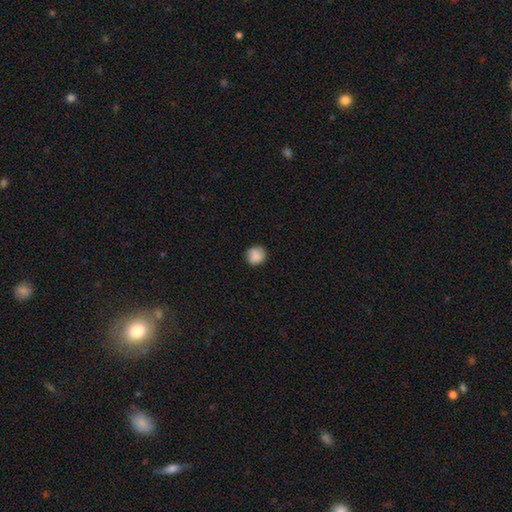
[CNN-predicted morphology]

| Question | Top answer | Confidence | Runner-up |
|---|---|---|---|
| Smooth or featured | smooth | 86% | star or artifact (8%) |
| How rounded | round | 86% | in between (13%) |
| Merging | none | 84% | minor disturbance (13%) |